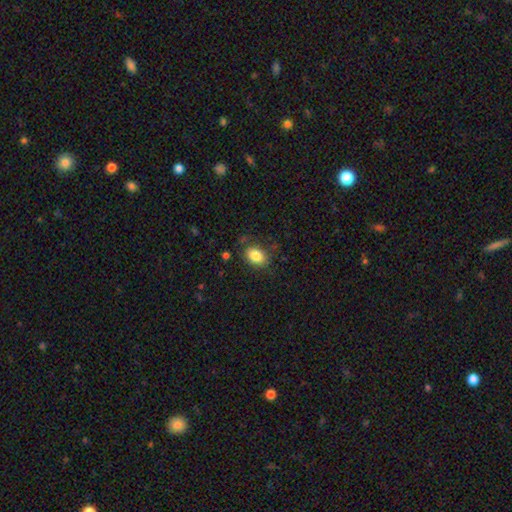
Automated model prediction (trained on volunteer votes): The model was most divided on "how rounded": in between: 78%, round: 20%, cigar-shaped: 1%. More confident: smooth or featured — smooth (84%); merging — none (77%).